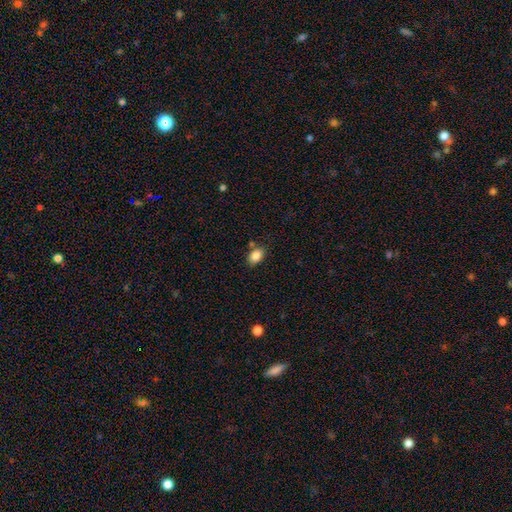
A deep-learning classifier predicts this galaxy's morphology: smooth 87%, star or artifact 9%, featured or disk 5%. Down the decision tree: how rounded — in between (81%); merging — none (75%).